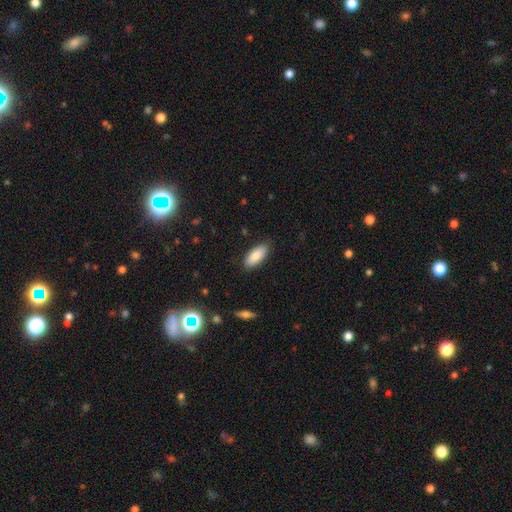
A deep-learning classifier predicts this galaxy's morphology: smooth 84%, featured or disk 10%, star or artifact 6%. Down the decision tree: how rounded — in between (83%); merging — none (86%).